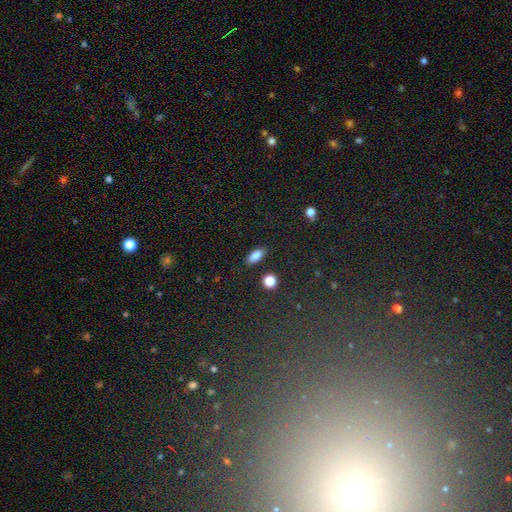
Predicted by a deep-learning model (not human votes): Smooth or featured? smooth (86%)
How rounded? in between (83%)
Merging? none (87%)